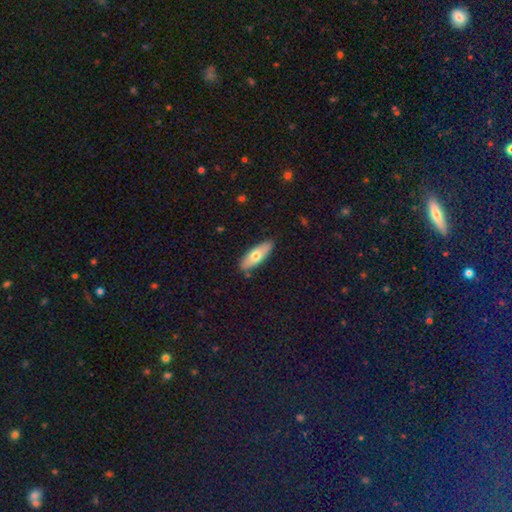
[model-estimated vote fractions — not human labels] Smooth or featured?
  - smooth: 65% *
  - featured or disk: 30%
  - star or artifact: 6%
How rounded?
  - in between: 69% *
  - cigar-shaped: 29%
  - round: 2%
Merging?
  - none: 85% *
  - minor disturbance: 11%
  - major disturbance: 2%
  - merger: 2%